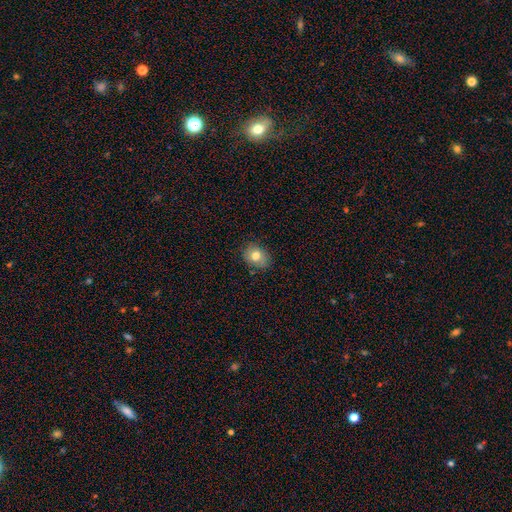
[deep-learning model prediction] A smooth galaxy with no disk features (78%) that is in between round and cigar-shaped (54%). Merging: none (82%).